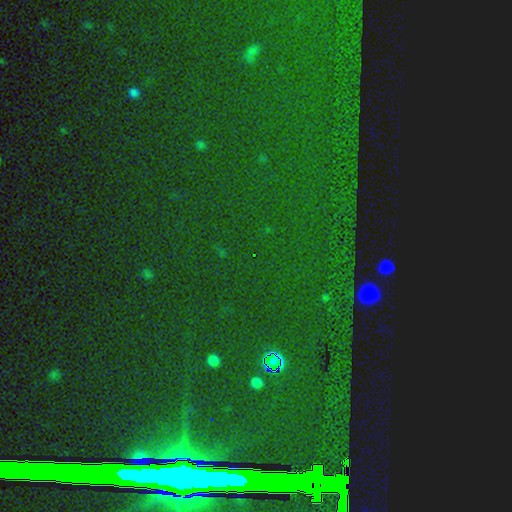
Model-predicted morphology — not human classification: smooth_or_featured: star or artifact (p=0.86) [alt: featured or disk p=0.07]